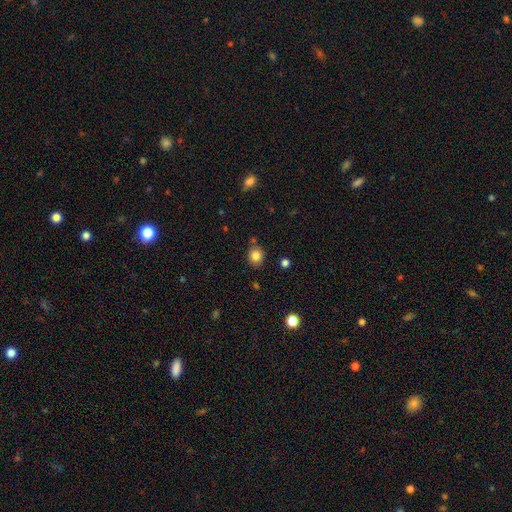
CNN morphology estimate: Smooth or featured? smooth (83%)
How rounded? round (77%)
Merging? none (80%)